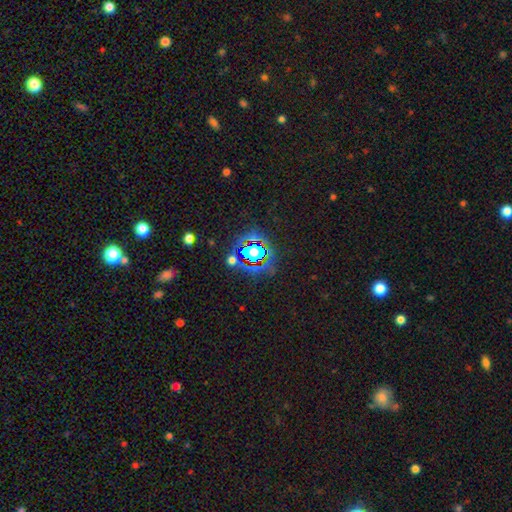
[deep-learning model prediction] Smooth or featured: star or artifact — 63% (smooth — 24%)